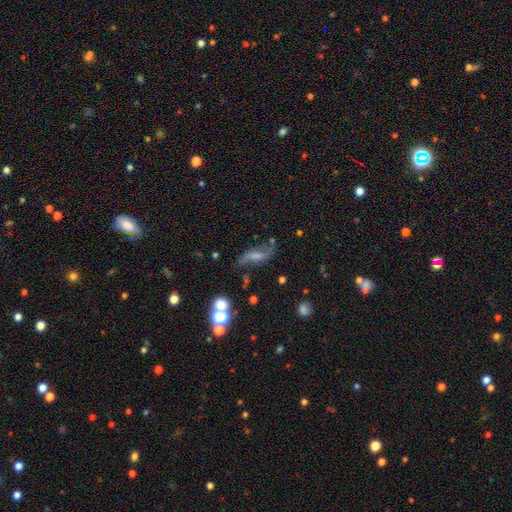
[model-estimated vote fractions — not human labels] Q: Smooth or featured?
A: featured or disk (71%); runner-up: smooth (19%)
Q: Edge-on disk?
A: no (90%); runner-up: yes (10%)
Q: Bar?
A: weak (43%); runner-up: no (37%)
Q: Spiral arms?
A: yes (91%); runner-up: no (9%)
Q: Spiral winding?
A: loose (82%); runner-up: medium (13%)
Q: Spiral arm count?
A: 2 (91%); runner-up: can't tell (3%)
Q: Bulge size?
A: none (32%); runner-up: small (29%)
Q: Merging?
A: none (64%); runner-up: minor disturbance (20%)